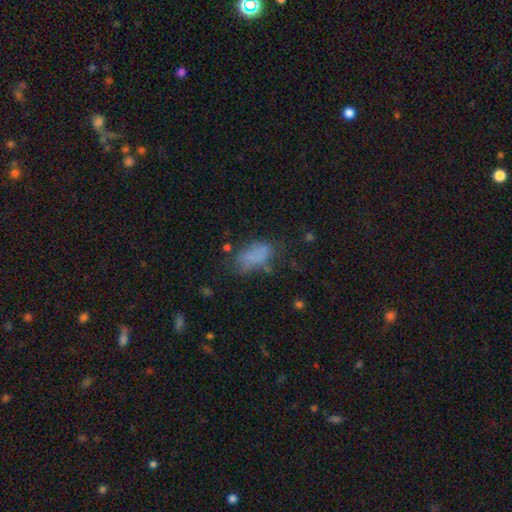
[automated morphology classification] This appears to be a smooth galaxy with no disk features (66%) that is in between round and cigar-shaped (87%). Merging: none (45%).